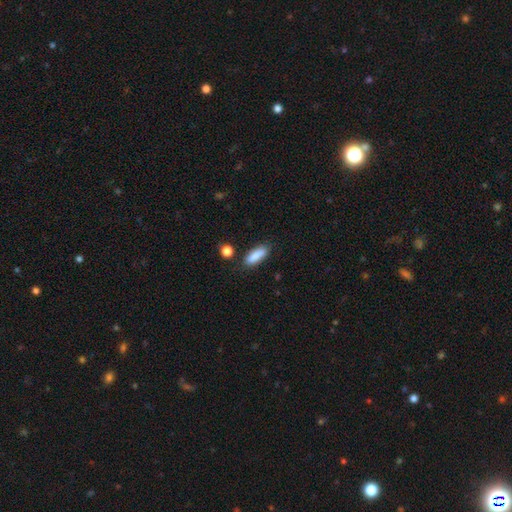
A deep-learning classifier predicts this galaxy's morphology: Smooth or featured: smooth — 87% (star or artifact — 7%)
How rounded: in between — 57% (cigar-shaped — 41%)
Merging: none — 81% (minor disturbance — 12%)